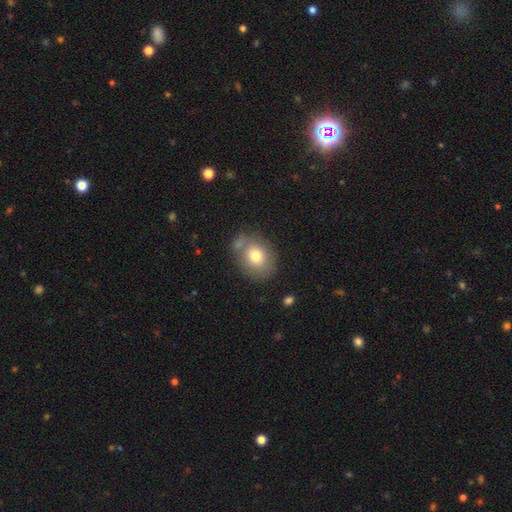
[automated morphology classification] This is likely a smooth galaxy (74%). How rounded: possibly round (55%). Merging: likely none (67%).